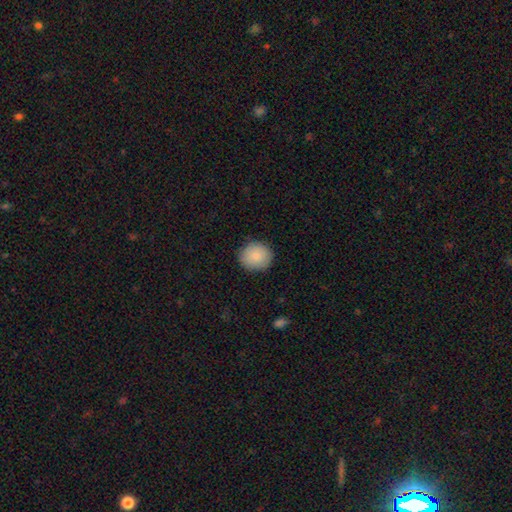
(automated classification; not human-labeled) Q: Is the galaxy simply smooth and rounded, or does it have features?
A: smooth — 87%.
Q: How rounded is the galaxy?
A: round — 87%.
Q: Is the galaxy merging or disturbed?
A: none — 89%.